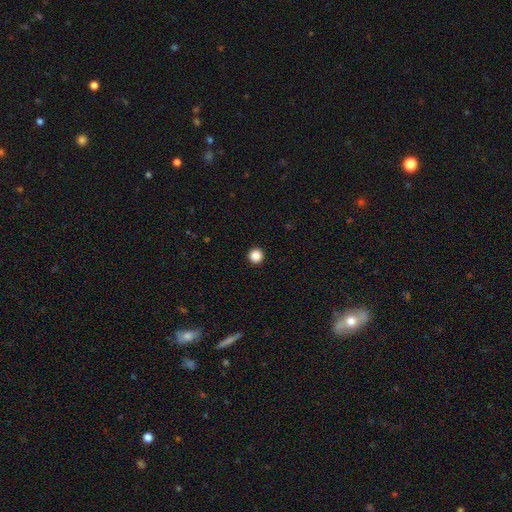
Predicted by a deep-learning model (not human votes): smooth 87%, star or artifact 11%, featured or disk 3%. Down the decision tree: how rounded — round (96%); merging — none (94%).